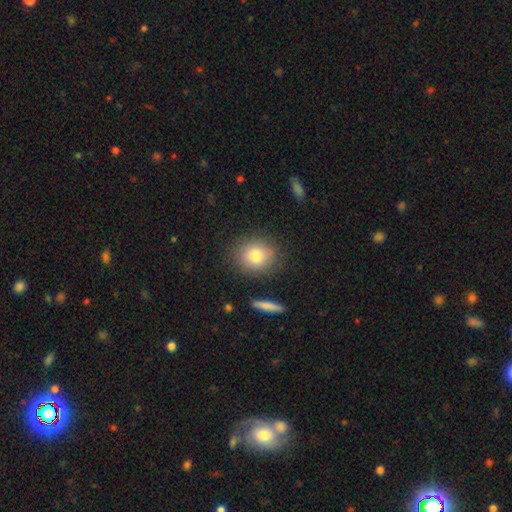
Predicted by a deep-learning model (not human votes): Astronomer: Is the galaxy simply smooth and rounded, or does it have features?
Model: smooth — 80%.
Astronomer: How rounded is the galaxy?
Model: round — 76%.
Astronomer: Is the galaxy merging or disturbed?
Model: none — 84%.